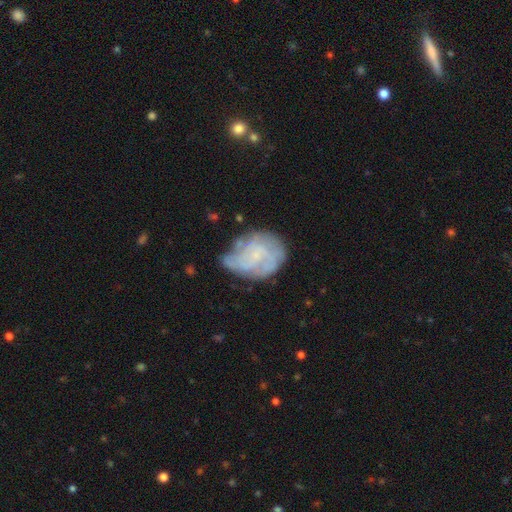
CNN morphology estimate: A featured or disk galaxy (65%) with no bar (71%), spiral arms (76%) and a small central bulge (65%). Merging: none (50%).